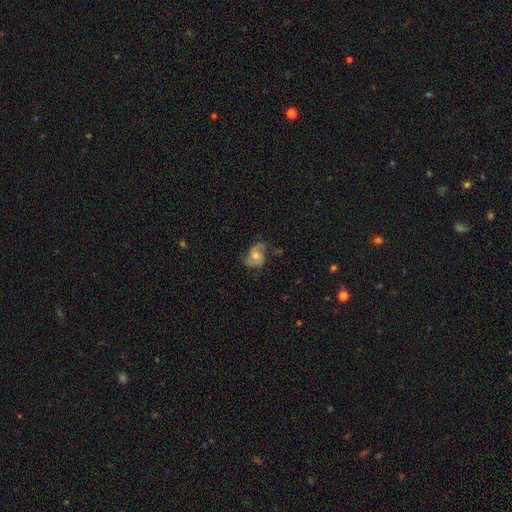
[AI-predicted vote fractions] Morphology: type=featured or disk (56%); edge-on=no (96%); bar=no (70%); spiral arms=yes (81%); bulge=moderate (63%); merging=none (57%).